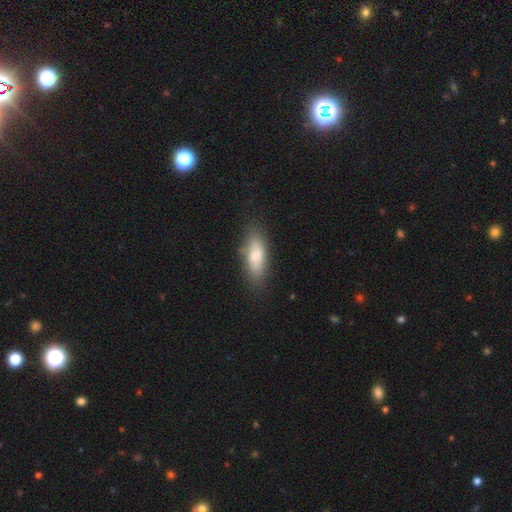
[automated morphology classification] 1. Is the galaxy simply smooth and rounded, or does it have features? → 77% smooth, 16% featured or disk, 7% star or artifact.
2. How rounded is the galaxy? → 62% in between, 36% cigar-shaped, 2% round.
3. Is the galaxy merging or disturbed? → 76% none, 17% minor disturbance, 5% major disturbance, 2% merger.